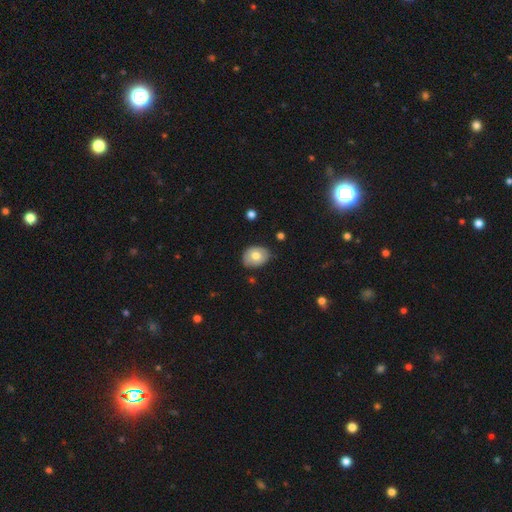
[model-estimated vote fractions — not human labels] This is likely a smooth galaxy (70%). How rounded: likely in between (62%). Merging: likely none (78%).